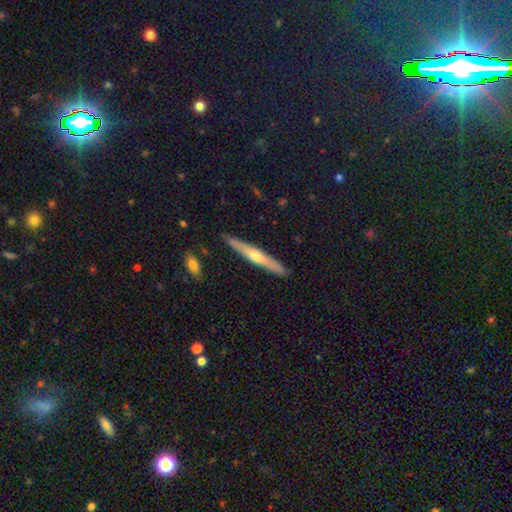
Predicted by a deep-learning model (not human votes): Smooth or featured?
  - featured or disk: 61% *
  - smooth: 33%
  - star or artifact: 6%
Edge-on disk?
  - yes: 96% *
  - no: 4%
Edge-on bulge?
  - rounded: 84% *
  - none: 11%
  - boxy: 4%
Merging?
  - none: 89% *
  - minor disturbance: 8%
  - major disturbance: 1%
  - merger: 1%